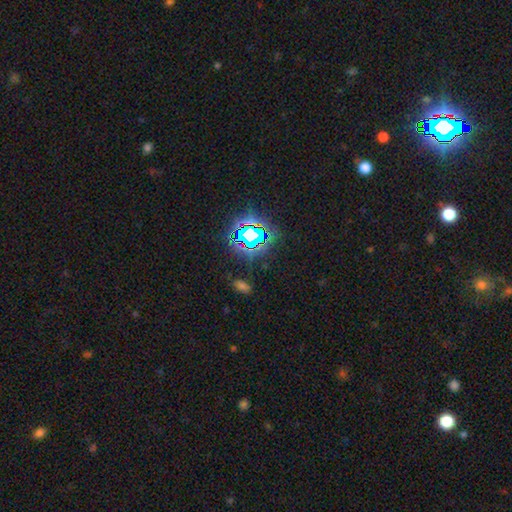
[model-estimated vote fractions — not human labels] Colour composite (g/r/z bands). It shows a star or artifact, not a galaxy (80%).